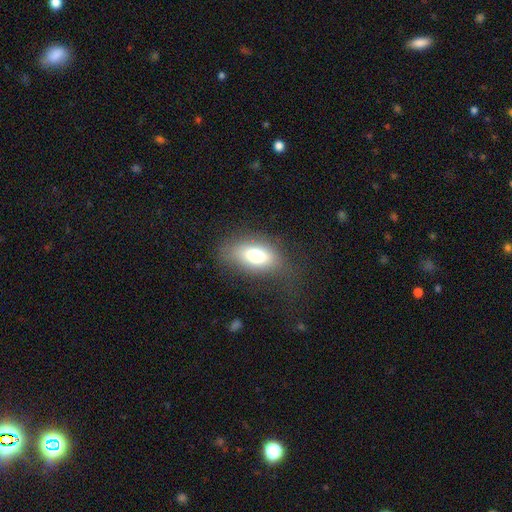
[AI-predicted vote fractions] smooth_or_featured: smooth (p=0.71) [alt: featured or disk p=0.18]
how_rounded: in between (p=0.85) [alt: round p=0.11]
merging: none (p=0.68) [alt: minor disturbance p=0.18]